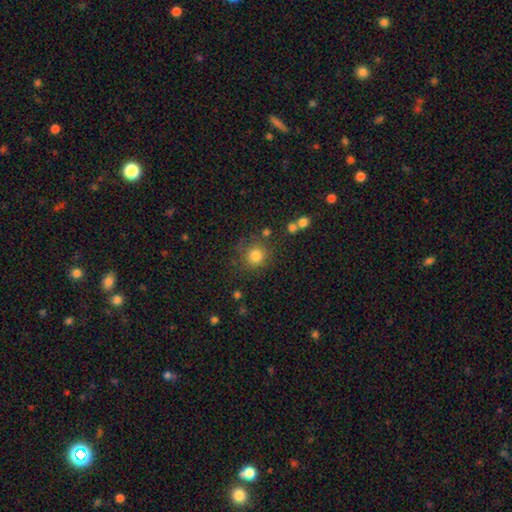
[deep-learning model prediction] Smooth or featured? Predicted: smooth (p=0.81). How rounded? Predicted: round (p=0.91). Merging? Predicted: none (p=0.76).